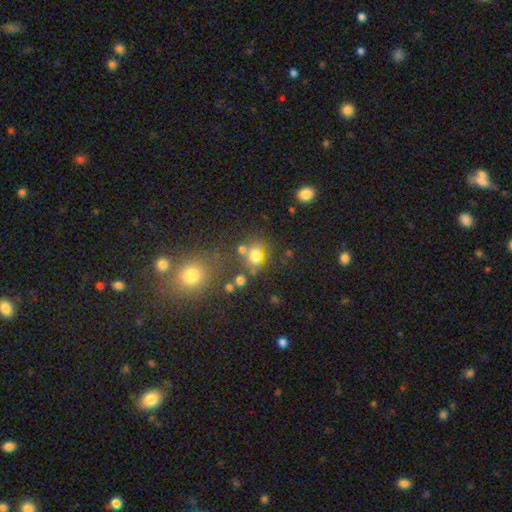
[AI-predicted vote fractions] Q: Smooth or featured?
A: smooth (68%); runner-up: star or artifact (19%)
Q: How rounded?
A: round (53%); runner-up: in between (45%)
Q: Merging?
A: none (51%); runner-up: merger (23%)